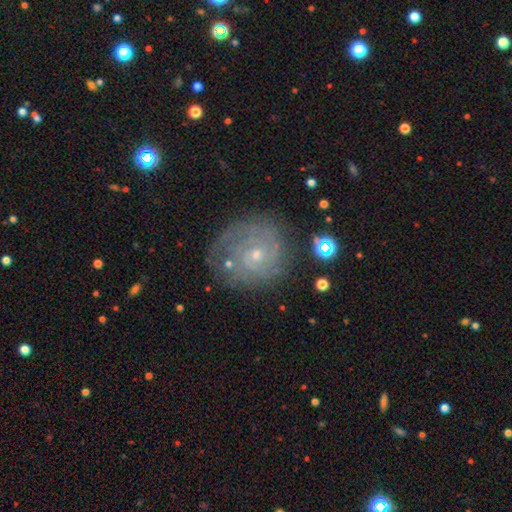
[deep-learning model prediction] Smooth or featured? featured or disk (79%)
Edge-on disk? no (98%)
Bar? no (72%)
Spiral arms? yes (92%)
Spiral winding? tight (72%)
Spiral arm count? can't tell (38%)
Bulge size? small (67%)
Merging? none (71%)